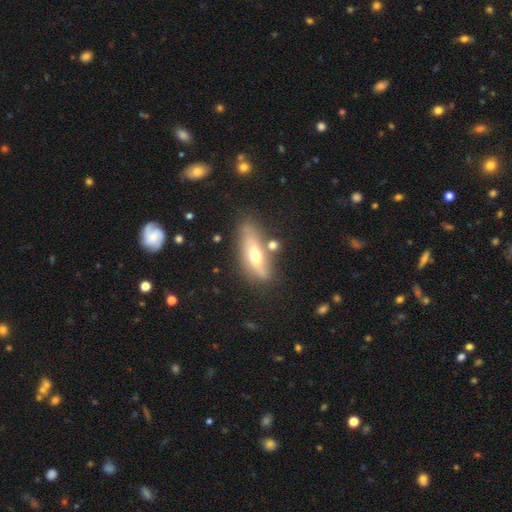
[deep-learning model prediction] This is possibly a featured or disk galaxy (49%). Merging: likely none (65%).